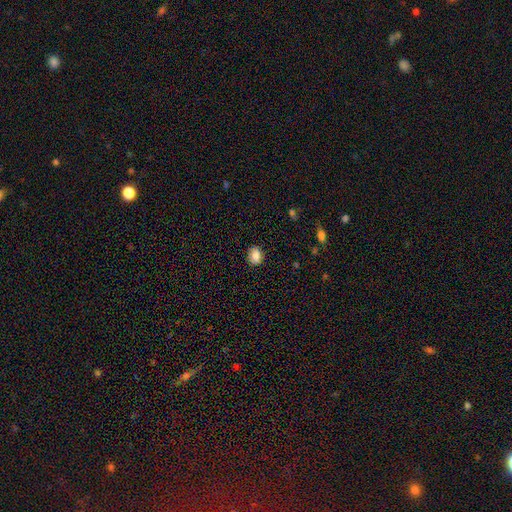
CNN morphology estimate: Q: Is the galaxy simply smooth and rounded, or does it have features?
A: smooth — 84%.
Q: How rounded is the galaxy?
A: in between — 58%.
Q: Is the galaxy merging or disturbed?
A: none — 86%.